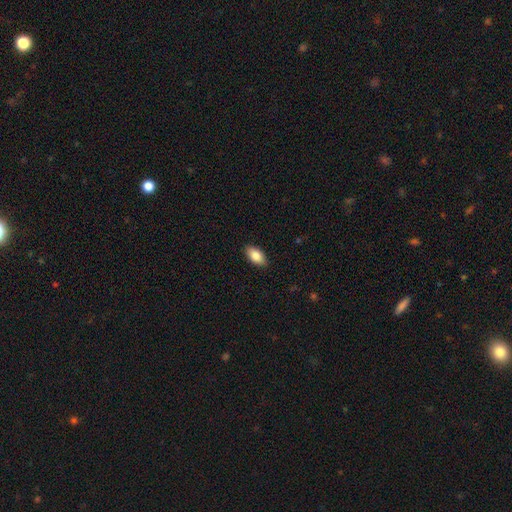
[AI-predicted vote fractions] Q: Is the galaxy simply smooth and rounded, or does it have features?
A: smooth — 86%.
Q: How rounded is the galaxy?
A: in between — 93%.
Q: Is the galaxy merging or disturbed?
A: none — 89%.